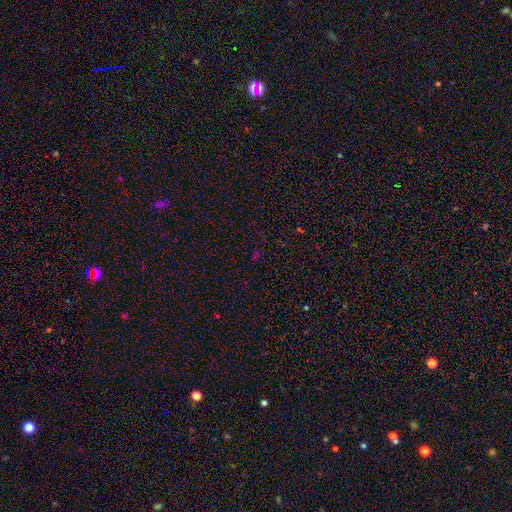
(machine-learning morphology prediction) This appears to be a star or artifact, not a galaxy (62%).